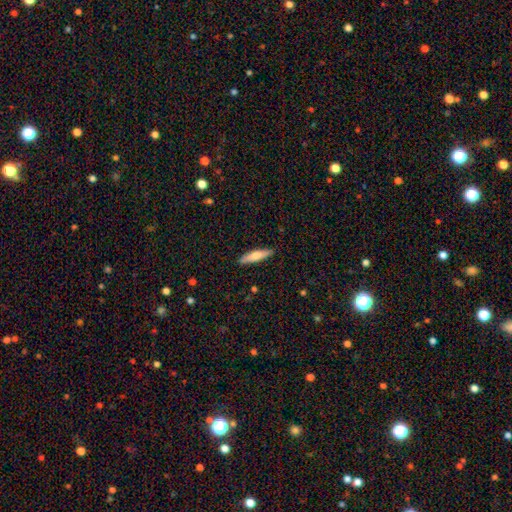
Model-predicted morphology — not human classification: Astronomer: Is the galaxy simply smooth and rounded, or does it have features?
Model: smooth — 70%.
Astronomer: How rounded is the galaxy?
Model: cigar-shaped — 78%.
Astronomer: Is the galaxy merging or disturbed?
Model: none — 89%.